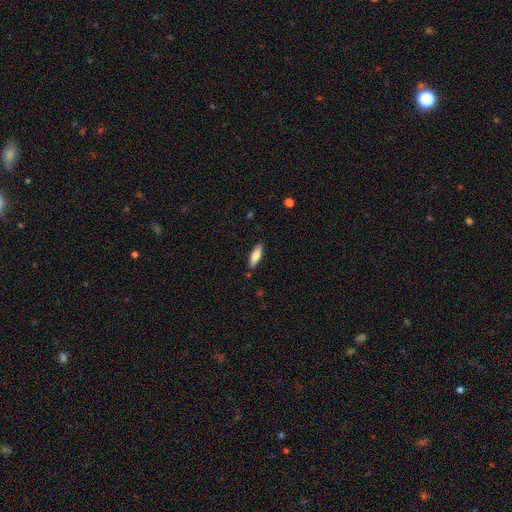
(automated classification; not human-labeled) Morphology: type=smooth (78%); roundness=in between (53%); merging=none (85%).